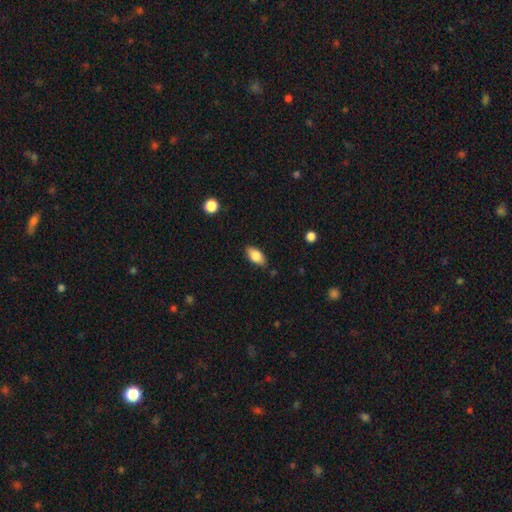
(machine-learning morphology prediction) smooth-or-featured: smooth: 82% | featured or disk: 11% | star or artifact: 7%
  how-rounded: in between: 90% | cigar-shaped: 5% | round: 5%
  merging: none: 83% | minor disturbance: 13% | major disturbance: 3% | merger: 2%